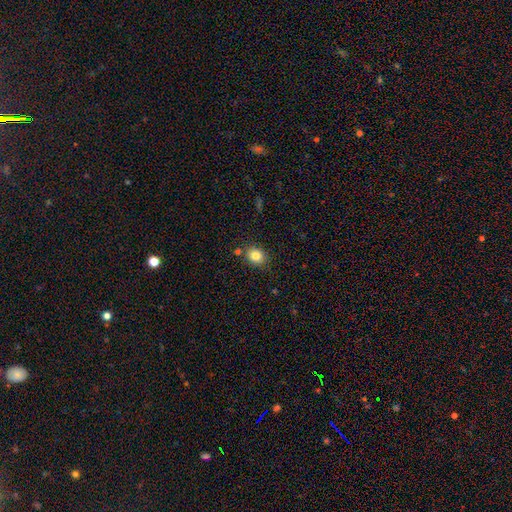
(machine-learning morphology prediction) Smooth or featured? smooth (83%)
How rounded? round (65%)
Merging? none (83%)